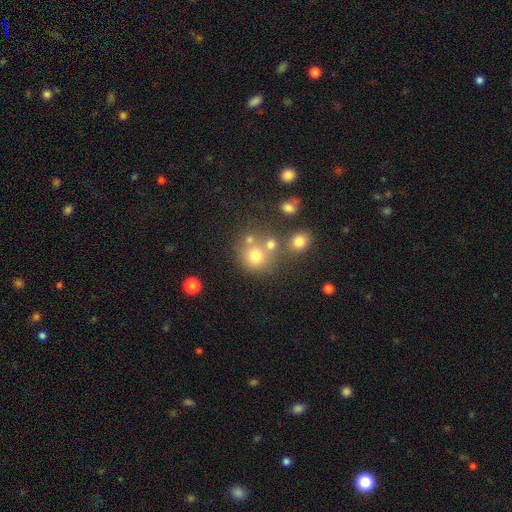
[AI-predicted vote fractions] A smooth galaxy with no disk features (71%) that is round (85%).

Vote fractions:
- Smooth or featured? smooth: 71% / star or artifact: 16% / featured or disk: 13%
- How rounded? round: 85% / in between: 14% / cigar-shaped: 1%
- Merging? none: 54% / merger: 29% / minor disturbance: 11% / major disturbance: 6%